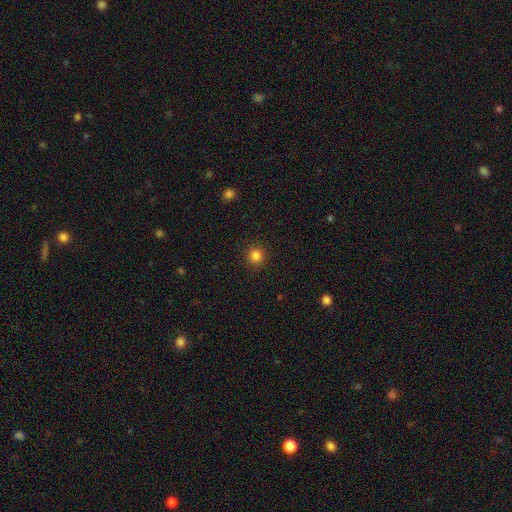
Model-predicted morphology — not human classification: The model was most divided on "smooth or featured": smooth: 83%, star or artifact: 13%, featured or disk: 4%. More confident: how rounded — round (94%); merging — none (92%).